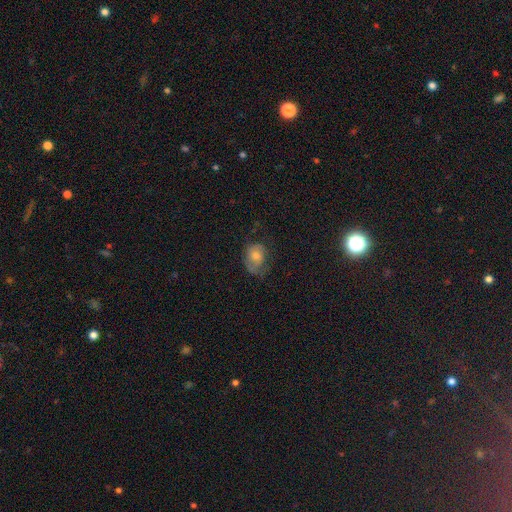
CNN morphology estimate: Smooth or featured?
  - smooth: 57% *
  - featured or disk: 34%
  - star or artifact: 9%
How rounded?
  - in between: 60% *
  - round: 39%
  - cigar-shaped: 1%
Merging?
  - none: 47% *
  - minor disturbance: 30%
  - major disturbance: 22%
  - merger: 2%